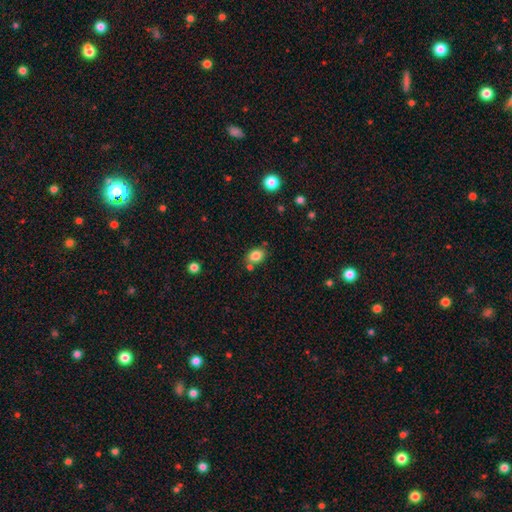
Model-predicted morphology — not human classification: Smooth or featured?
  - smooth: 84% *
  - star or artifact: 10%
  - featured or disk: 6%
How rounded?
  - in between: 63% *
  - round: 35%
  - cigar-shaped: 1%
Merging?
  - none: 72% *
  - minor disturbance: 13%
  - merger: 12%
  - major disturbance: 3%